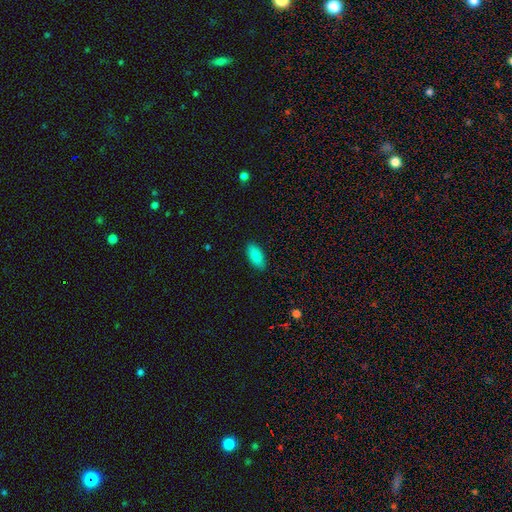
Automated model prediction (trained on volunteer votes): This appears to be a smooth galaxy with no disk features (89%) that is in between round and cigar-shaped (89%). Merging: none (89%).